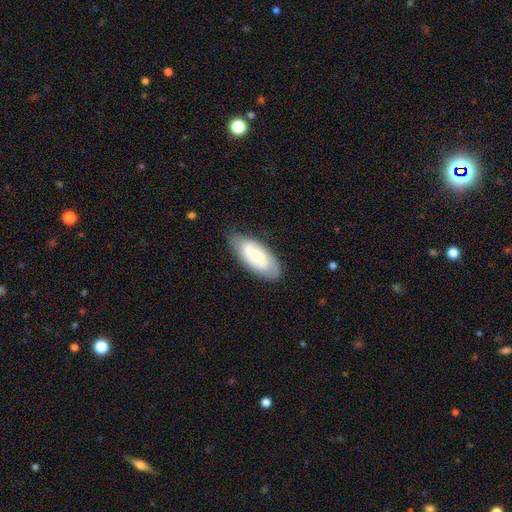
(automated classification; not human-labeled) smooth_or_featured: featured or disk (p=0.51) [alt: smooth p=0.43]
disk_edge_on: no (p=0.89) [alt: yes p=0.11]
merging: none (p=0.79) [alt: minor disturbance p=0.16]